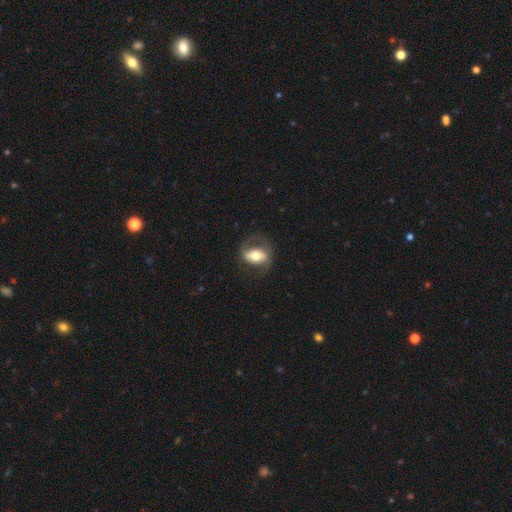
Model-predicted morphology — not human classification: featured or disk 57%, smooth 36%, star or artifact 7%. Down the decision tree: edge-on disk — no (91%); bar — strong (43%); spiral arms — yes (62%); bulge size — moderate (60%); merging — none (65%).